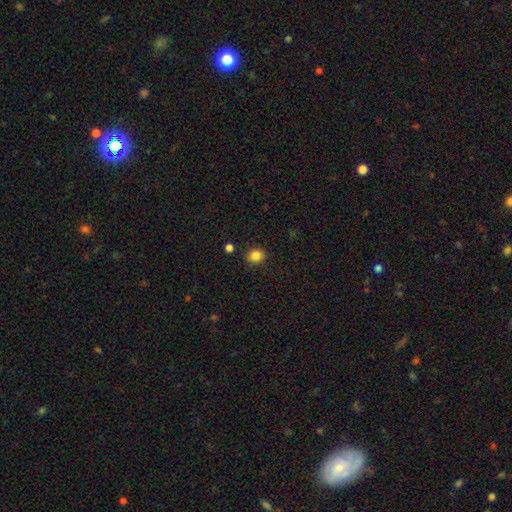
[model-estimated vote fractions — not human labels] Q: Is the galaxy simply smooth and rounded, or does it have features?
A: smooth — 85%.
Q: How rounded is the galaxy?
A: round — 69%.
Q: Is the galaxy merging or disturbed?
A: none — 87%.